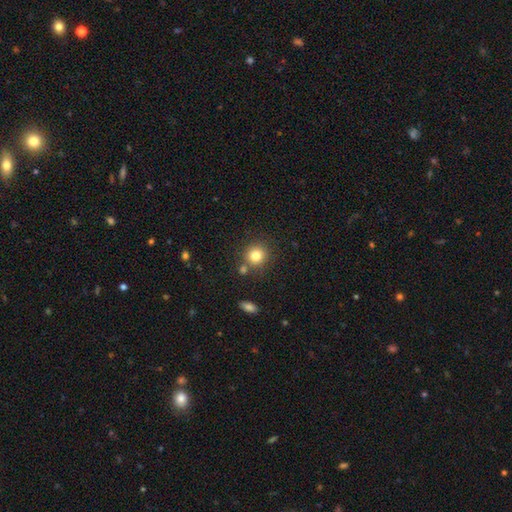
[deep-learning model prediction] A smooth galaxy with no disk features (81%) that is round (90%). Merging: none (76%).